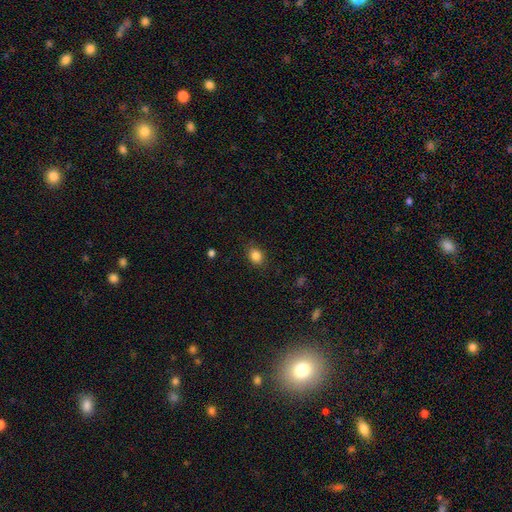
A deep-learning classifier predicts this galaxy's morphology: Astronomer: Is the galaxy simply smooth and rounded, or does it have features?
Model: smooth — 84%.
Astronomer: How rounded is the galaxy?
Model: in between — 54% (runner-up: round, 45%).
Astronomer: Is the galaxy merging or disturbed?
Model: none — 85%.